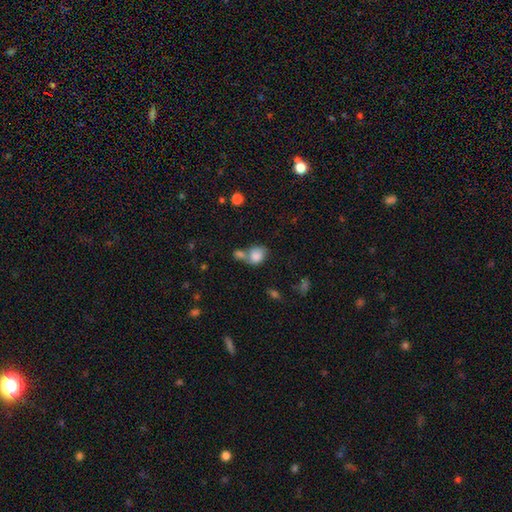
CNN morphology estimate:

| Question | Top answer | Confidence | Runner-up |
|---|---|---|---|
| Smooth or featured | smooth | 84% | star or artifact (8%) |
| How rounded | round | 52% | in between (47%) |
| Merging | merger | 51% | none (32%) |